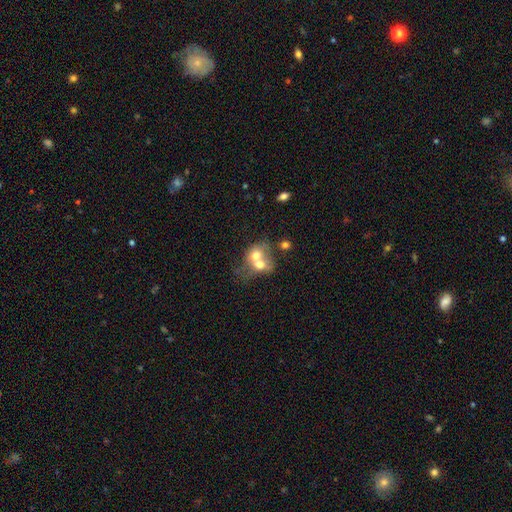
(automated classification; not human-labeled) Morphology: type=smooth (62%); roundness=round (53%); merging=merger (75%).